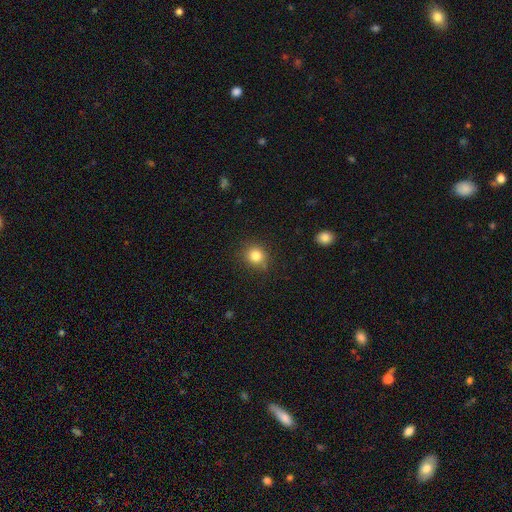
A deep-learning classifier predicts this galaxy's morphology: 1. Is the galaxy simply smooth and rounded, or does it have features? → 83% smooth, 11% star or artifact, 6% featured or disk.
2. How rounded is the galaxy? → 84% round, 16% in between, 1% cigar-shaped.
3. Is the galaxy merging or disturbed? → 82% none, 12% minor disturbance, 3% major disturbance, 2% merger.